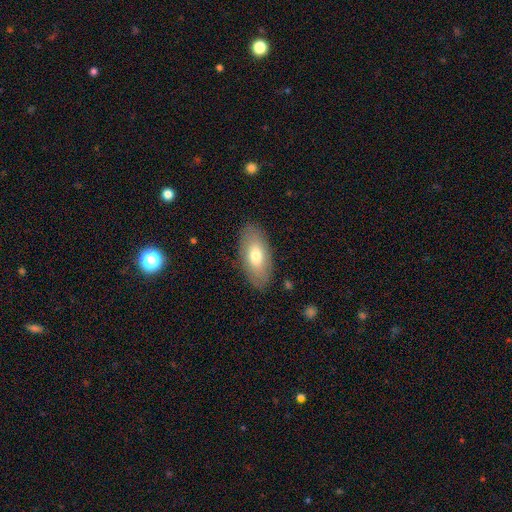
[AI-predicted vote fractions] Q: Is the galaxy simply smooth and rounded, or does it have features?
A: smooth — 73%.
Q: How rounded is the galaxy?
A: in between — 90%.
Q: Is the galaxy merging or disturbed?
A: none — 85%.